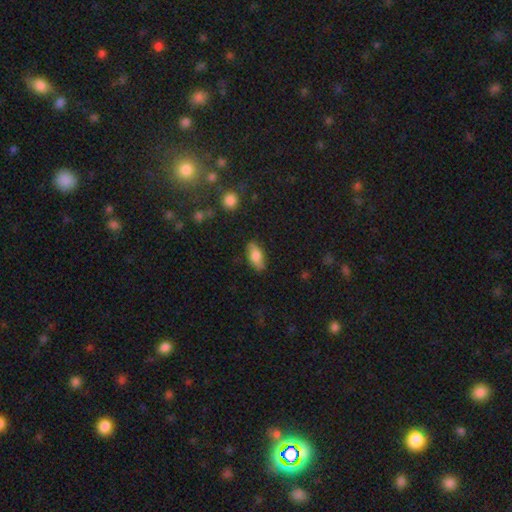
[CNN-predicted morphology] Smooth or featured? smooth (67%)
How rounded? in between (82%)
Merging? none (82%)